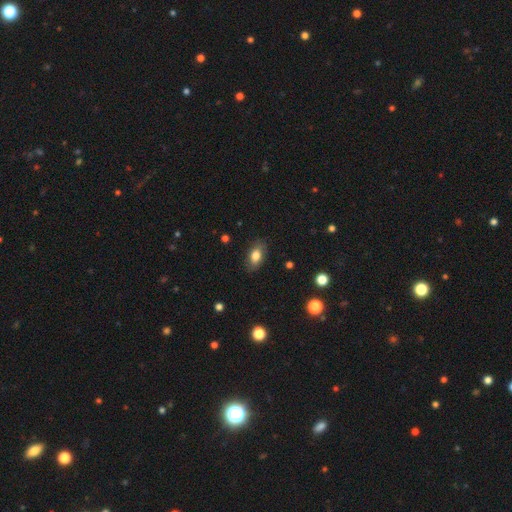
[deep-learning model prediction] Smooth or featured: smooth — 78% (featured or disk — 13%)
How rounded: in between — 88% (round — 9%)
Merging: none — 83% (minor disturbance — 13%)